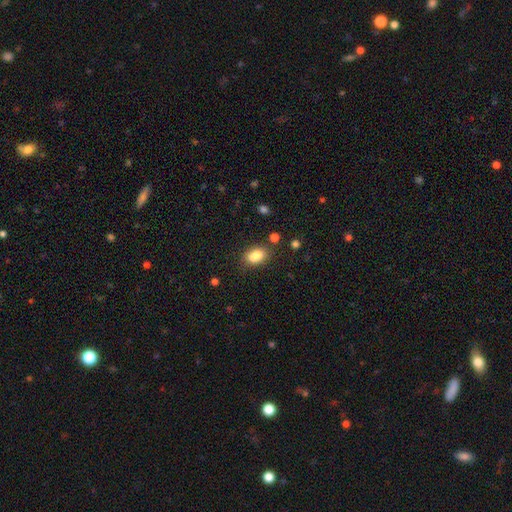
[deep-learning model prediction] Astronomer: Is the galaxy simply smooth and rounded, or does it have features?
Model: smooth — 85%.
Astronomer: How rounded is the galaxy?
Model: in between — 84%.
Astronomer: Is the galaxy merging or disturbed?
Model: none — 72%.